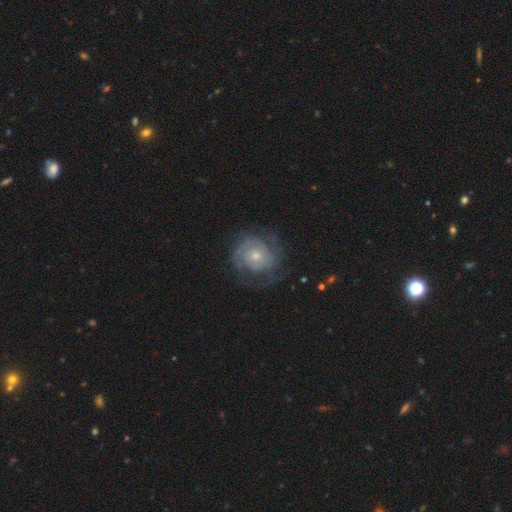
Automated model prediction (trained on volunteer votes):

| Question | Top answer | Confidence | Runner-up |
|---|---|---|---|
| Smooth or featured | featured or disk | 73% | smooth (21%) |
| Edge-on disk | no | 98% | yes (2%) |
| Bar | no | 81% | weak (16%) |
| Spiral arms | yes | 86% | no (14%) |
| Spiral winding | tight | 64% | medium (26%) |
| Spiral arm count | can't tell | 39% | 2 (32%) |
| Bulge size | small | 61% | moderate (33%) |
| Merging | none | 65% | minor disturbance (19%) |